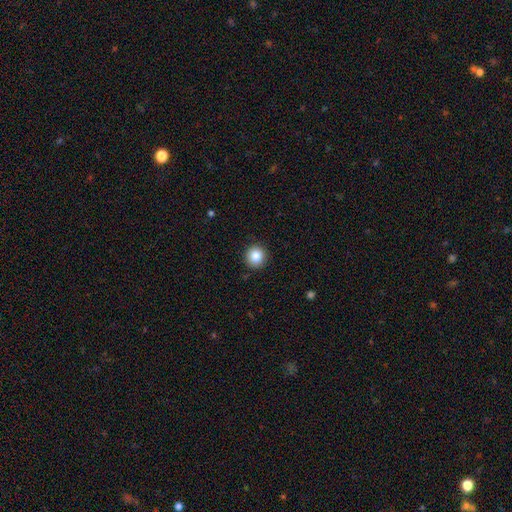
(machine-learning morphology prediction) Smooth or featured? Predicted: smooth (p=0.84). How rounded? Predicted: round (p=0.94). Merging? Predicted: none (p=0.92).